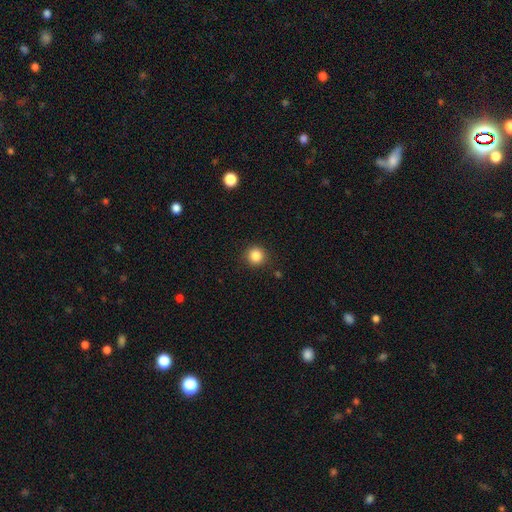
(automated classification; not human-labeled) The model was most divided on "smooth or featured": smooth: 85%, star or artifact: 11%, featured or disk: 4%. More confident: how rounded — round (94%); merging — none (90%).